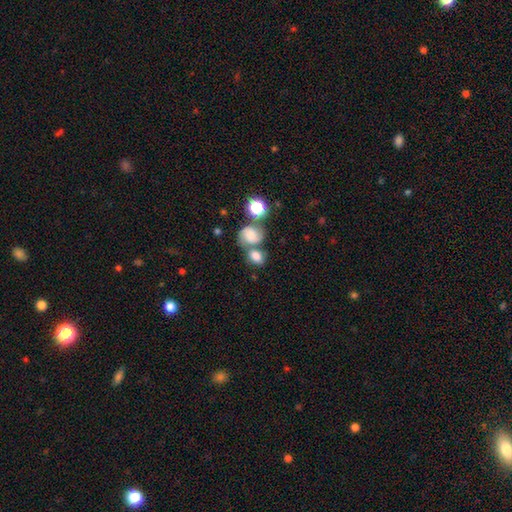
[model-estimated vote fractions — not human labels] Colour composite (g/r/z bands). It shows a smooth galaxy with no disk features (63%) that is in between round and cigar-shaped (58%). Merging: merger (44%).